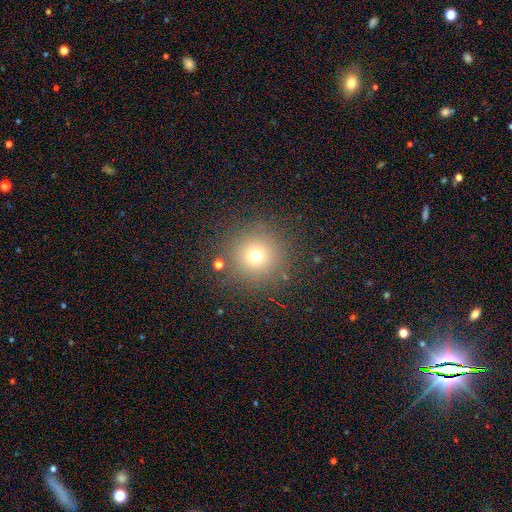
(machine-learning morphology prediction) A smooth galaxy with no disk features (70%) that is round (95%). Merging: none (86%).